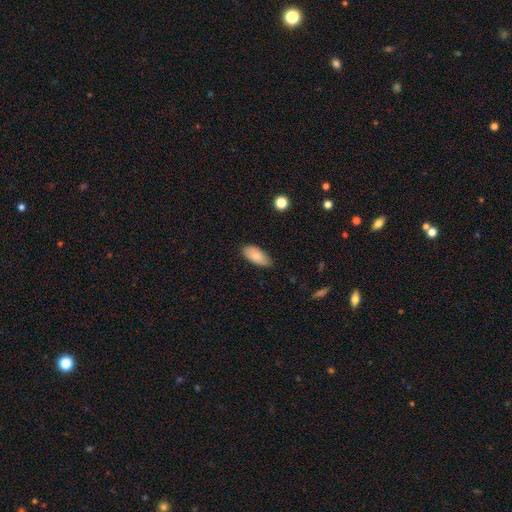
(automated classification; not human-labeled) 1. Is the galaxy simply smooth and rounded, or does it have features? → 83% smooth, 11% featured or disk, 7% star or artifact.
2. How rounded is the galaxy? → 90% in between, 7% cigar-shaped, 2% round.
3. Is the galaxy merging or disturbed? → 80% none, 17% minor disturbance, 2% major disturbance, 1% merger.